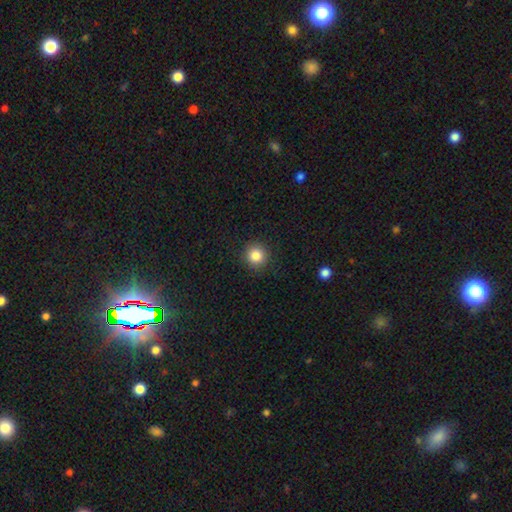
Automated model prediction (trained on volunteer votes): Morphology: type=smooth (85%); roundness=round (93%); merging=none (91%).